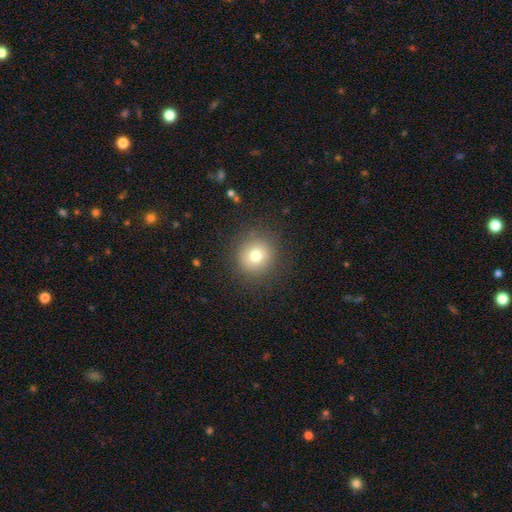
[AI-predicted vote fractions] A smooth galaxy with no disk features (75%) that is round (92%). Merging: none (88%).